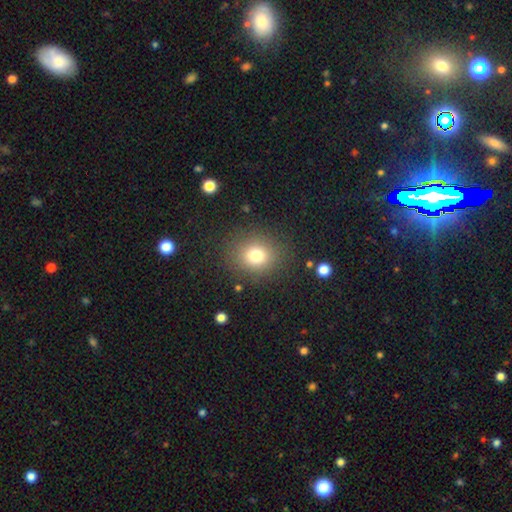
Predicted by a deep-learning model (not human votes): The model was most divided on "how rounded": round: 74%, in between: 25%, cigar-shaped: 1%. More confident: merging — none (85%); smooth or featured — smooth (76%).